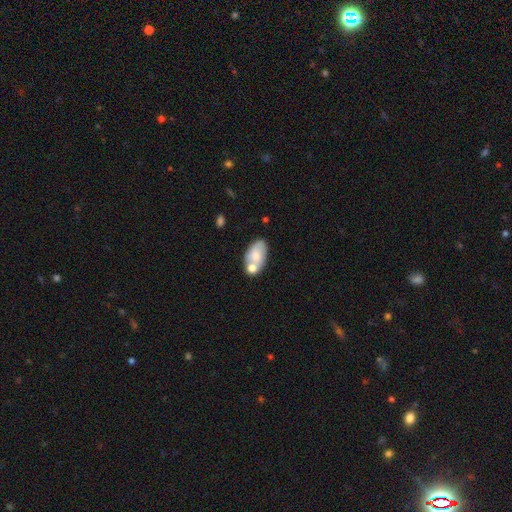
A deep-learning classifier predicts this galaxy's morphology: Overall: smooth (66%; featured or disk 27%). How rounded: in between (93%). Merging: none (46%; merger 31%).